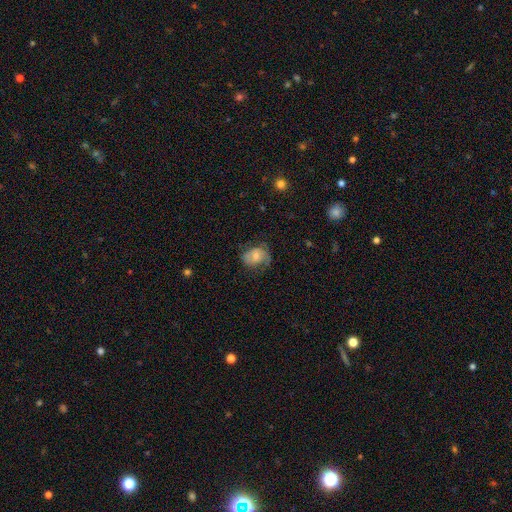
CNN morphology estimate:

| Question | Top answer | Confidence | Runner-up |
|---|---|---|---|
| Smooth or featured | featured or disk | 46% | tied: smooth (46%) |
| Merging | none | 49% | minor disturbance (28%) |